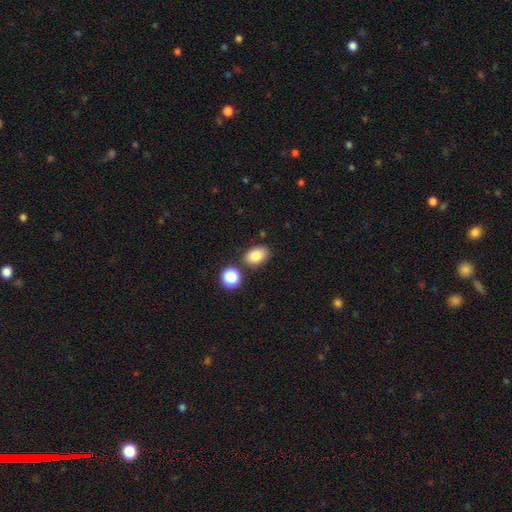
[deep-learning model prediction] This is clearly a smooth galaxy (82%). How rounded: clearly in between (82%). Merging: likely none (79%).